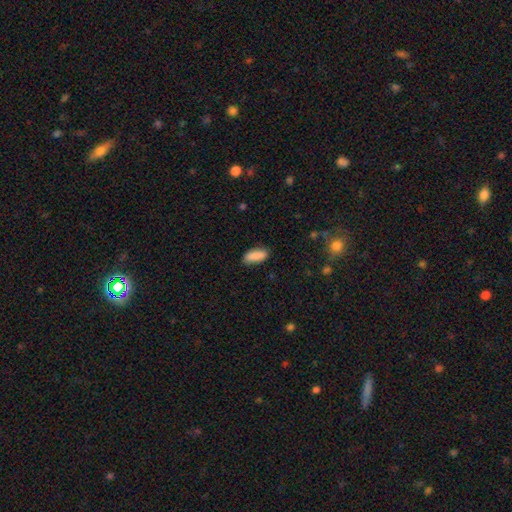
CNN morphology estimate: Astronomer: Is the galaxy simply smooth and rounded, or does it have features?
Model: smooth — 88%.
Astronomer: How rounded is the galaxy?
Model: in between — 77%.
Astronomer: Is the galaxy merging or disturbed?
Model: none — 84%.